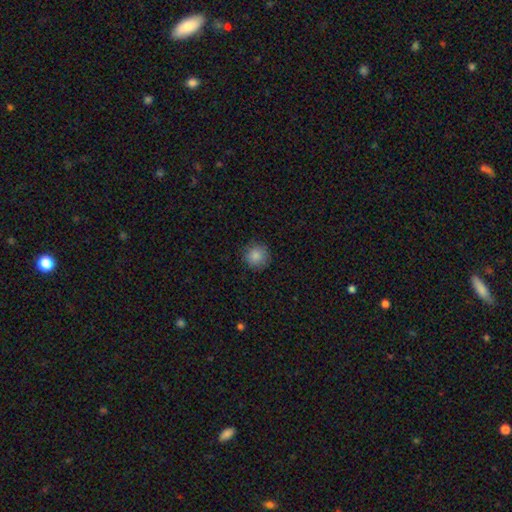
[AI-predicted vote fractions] Smooth or featured? smooth (86%)
How rounded? round (94%)
Merging? none (88%)